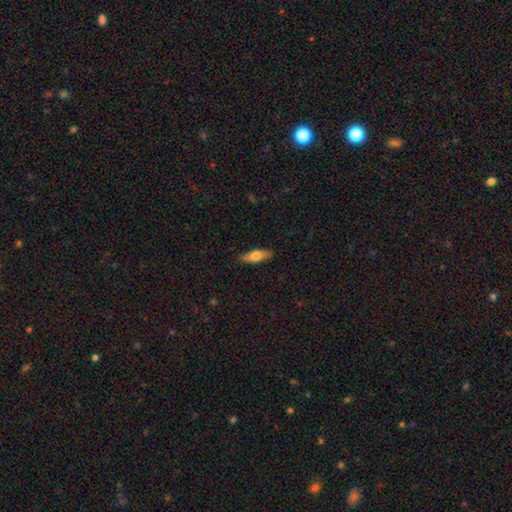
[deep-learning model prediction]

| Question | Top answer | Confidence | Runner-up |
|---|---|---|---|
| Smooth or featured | smooth | 67% | featured or disk (27%) |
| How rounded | in between | 54% | cigar-shaped (43%) |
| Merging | none | 88% | minor disturbance (9%) |